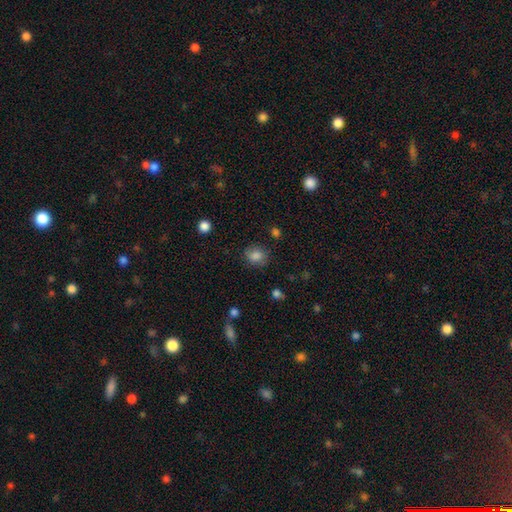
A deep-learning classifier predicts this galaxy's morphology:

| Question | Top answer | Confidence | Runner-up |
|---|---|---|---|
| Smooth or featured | smooth | 83% | star or artifact (10%) |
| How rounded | round | 67% | in between (32%) |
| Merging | none | 80% | minor disturbance (14%) |